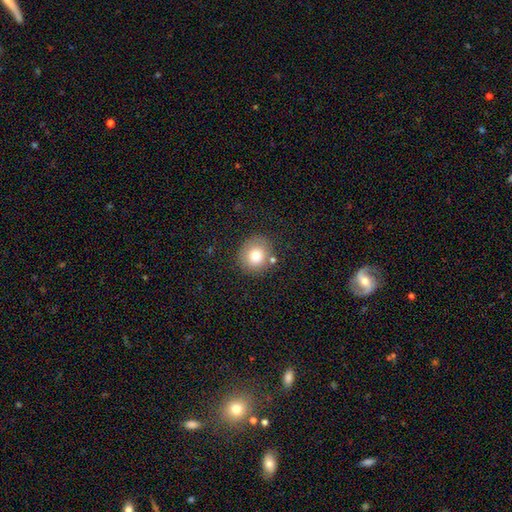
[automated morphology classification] Smooth or featured: smooth — 79% (featured or disk — 11%)
How rounded: round — 83% (in between — 16%)
Merging: none — 78% (minor disturbance — 12%)